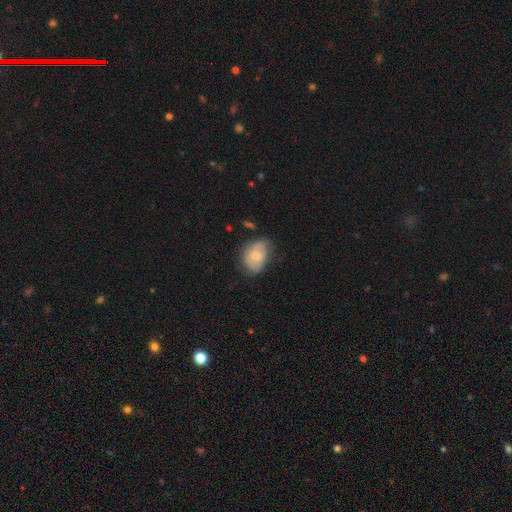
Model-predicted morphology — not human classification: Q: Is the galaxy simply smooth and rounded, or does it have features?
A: smooth — 57%.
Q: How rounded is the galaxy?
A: in between — 72%.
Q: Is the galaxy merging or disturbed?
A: none — 53%.